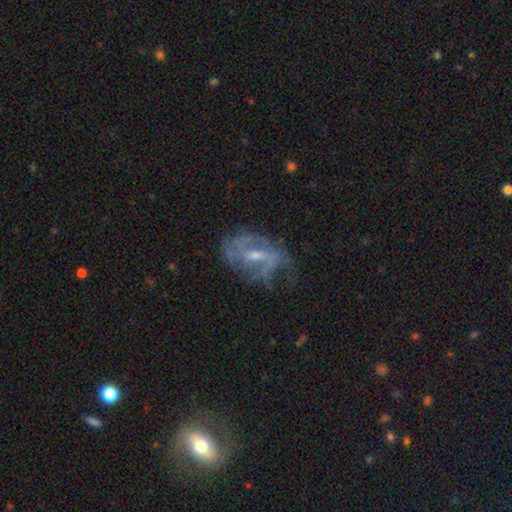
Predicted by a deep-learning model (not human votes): Smooth or featured? featured or disk (76%)
Edge-on disk? no (95%)
Bar? weak (49%)
Spiral arms? yes (71%)
Spiral winding? medium (40%)
Spiral arm count? can't tell (38%)
Bulge size? small (52%)
Merging? none (45%)